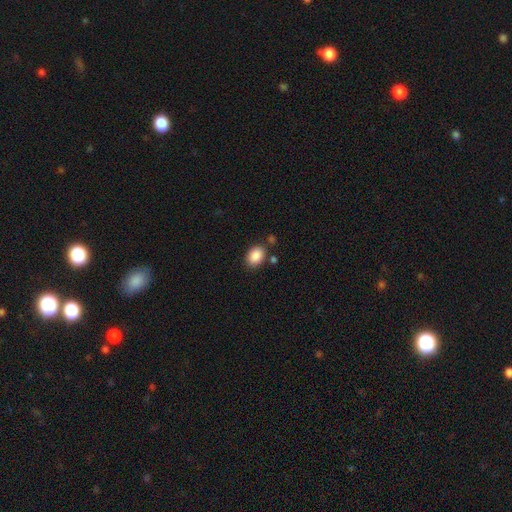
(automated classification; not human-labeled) This appears to be a smooth galaxy with no disk features (88%) that is in between round and cigar-shaped (76%). Merging: none (77%).